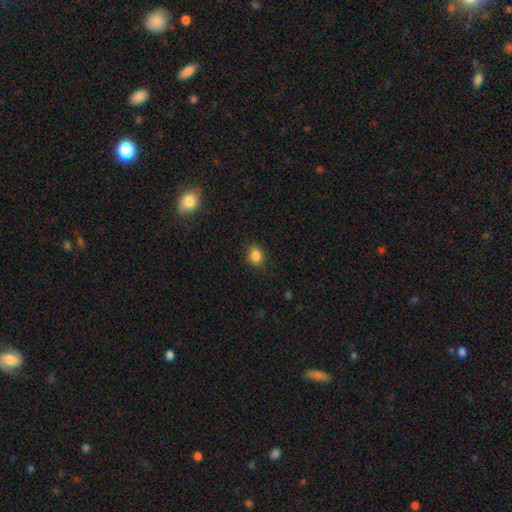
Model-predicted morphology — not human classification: This is clearly a smooth galaxy (85%). How rounded: likely round (61%). Merging: clearly none (84%).